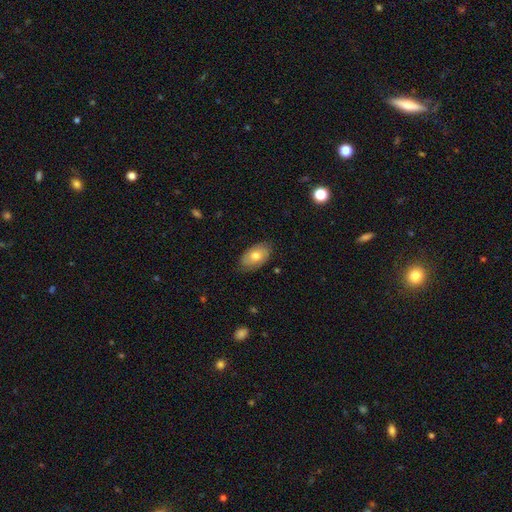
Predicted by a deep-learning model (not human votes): Smooth or featured: smooth — 63% (featured or disk — 31%)
How rounded: in between — 92% (round — 6%)
Merging: none — 78% (minor disturbance — 18%)